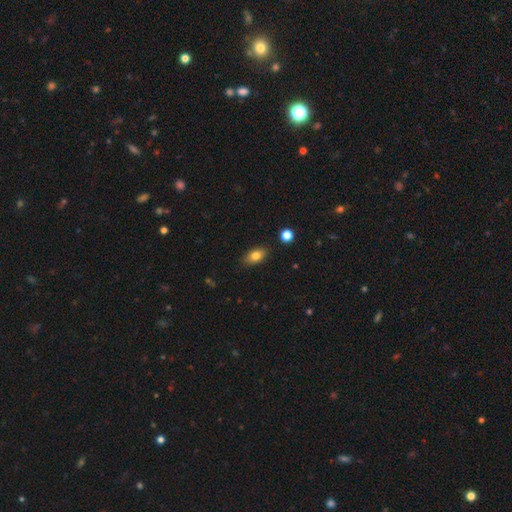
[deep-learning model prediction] Smooth or featured? smooth (80%)
How rounded? in between (86%)
Merging? none (85%)